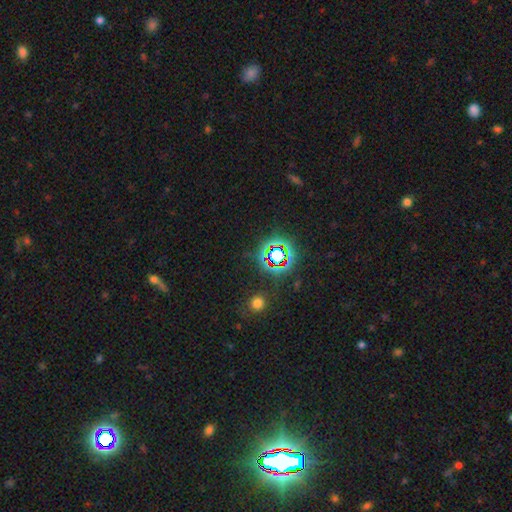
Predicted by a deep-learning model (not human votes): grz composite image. It shows a star or artifact, not a galaxy (75%).